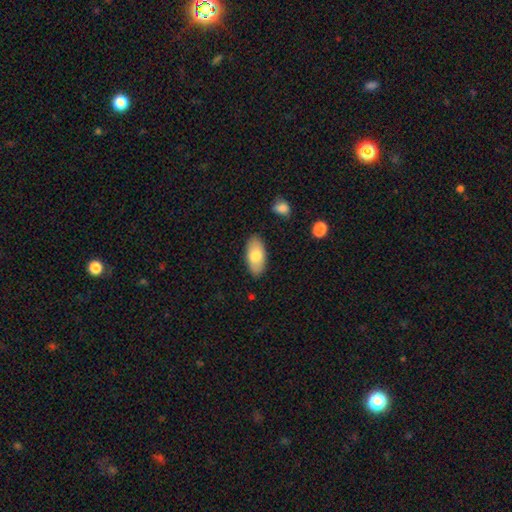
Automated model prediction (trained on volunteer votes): smooth_or_featured: smooth (p=0.75) [alt: featured or disk p=0.19]
how_rounded: in between (p=0.94) [alt: cigar-shaped p=0.04]
merging: none (p=0.87) [alt: minor disturbance p=0.10]